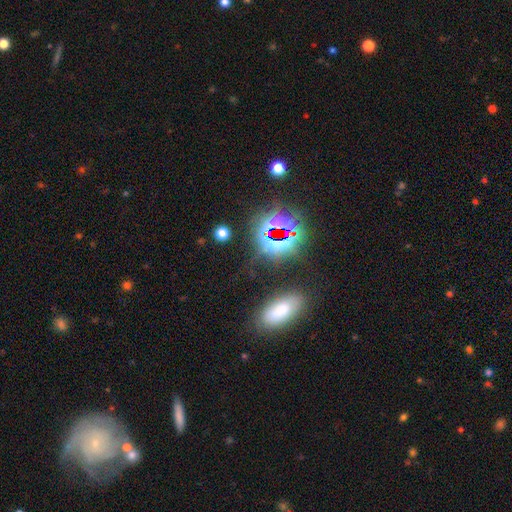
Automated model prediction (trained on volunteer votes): Q: Smooth or featured?
A: star or artifact (47%); runner-up: smooth (35%)